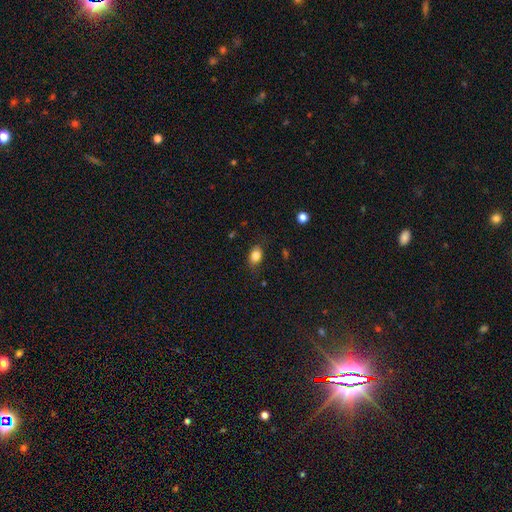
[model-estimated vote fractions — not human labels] The model was most divided on "how rounded": in between: 75%, round: 23%, cigar-shaped: 2%. More confident: smooth or featured — smooth (83%); merging — none (75%).